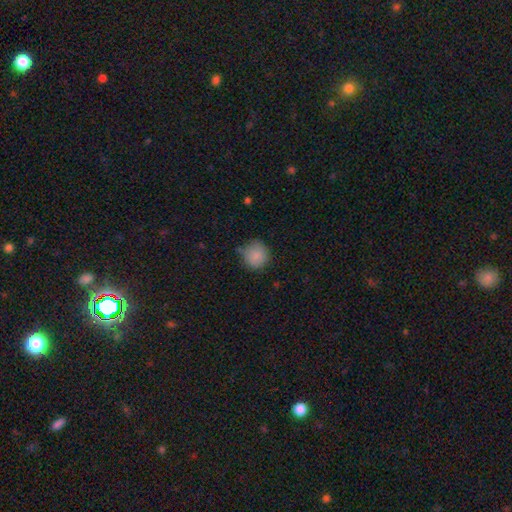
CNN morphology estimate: Q: Smooth or featured?
A: smooth (86%); runner-up: star or artifact (9%)
Q: How rounded?
A: round (92%); runner-up: in between (7%)
Q: Merging?
A: none (74%); runner-up: minor disturbance (19%)